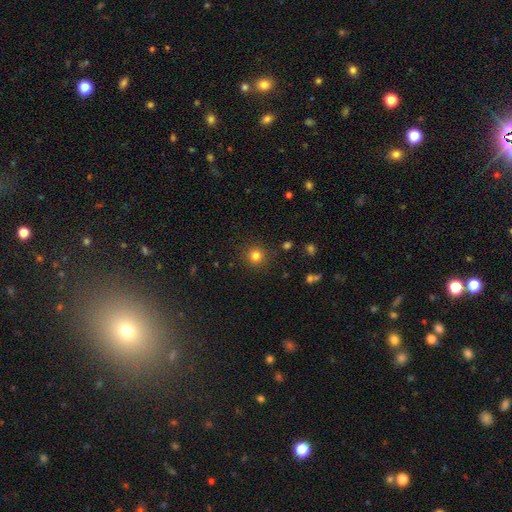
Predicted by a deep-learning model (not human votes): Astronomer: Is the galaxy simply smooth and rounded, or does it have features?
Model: smooth — 80%.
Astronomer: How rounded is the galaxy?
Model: round — 93%.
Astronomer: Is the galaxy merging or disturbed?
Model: none — 89%.